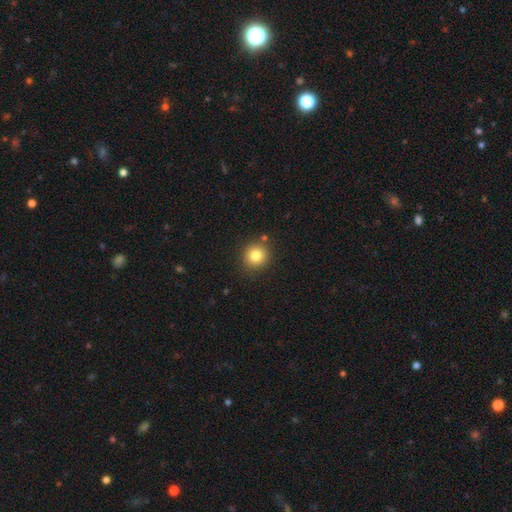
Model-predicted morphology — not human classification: This appears to be a smooth galaxy with no disk features (82%) that is round (92%). Merging: none (87%).